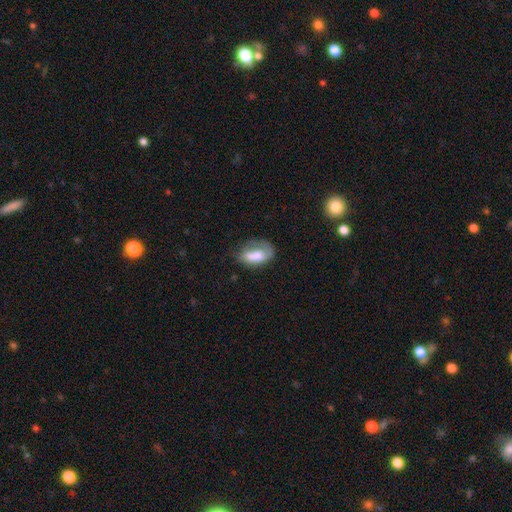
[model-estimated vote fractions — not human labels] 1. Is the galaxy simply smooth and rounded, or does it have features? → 58% smooth, 33% featured or disk, 8% star or artifact.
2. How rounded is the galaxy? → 86% in between, 11% round, 3% cigar-shaped.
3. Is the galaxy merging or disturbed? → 32% none, 27% major disturbance, 25% minor disturbance, 16% merger.